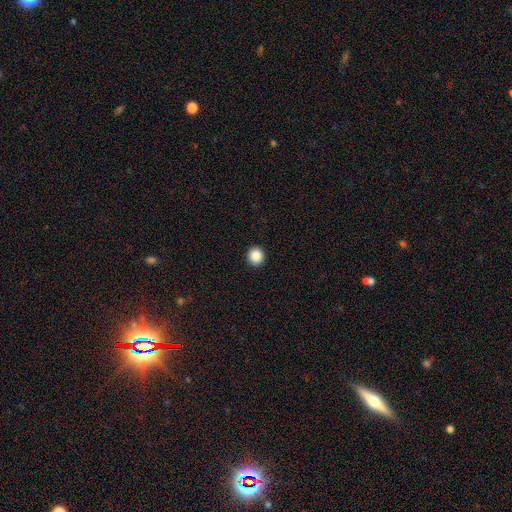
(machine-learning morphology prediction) A smooth galaxy with no disk features (87%) that is round (93%).

Vote fractions:
- Smooth or featured? smooth: 87% / star or artifact: 9% / featured or disk: 4%
- How rounded? round: 93% / in between: 6% / cigar-shaped: 1%
- Merging? none: 94% / minor disturbance: 4% / major disturbance: 1% / merger: 1%